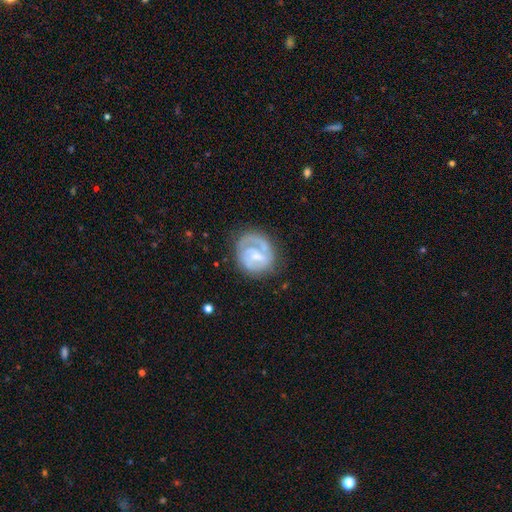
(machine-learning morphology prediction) Smooth or featured? Predicted: featured or disk (p=0.72). Edge-on disk? Predicted: no (p=0.98). Bar? Predicted: weak (p=0.50). Spiral arms? Predicted: yes (p=0.83). Spiral winding? Predicted: tight (p=0.49). Spiral arm count? Predicted: 1 (p=0.37, tied with 2). Bulge size? Predicted: small (p=0.43). Merging? Predicted: none (p=0.60).